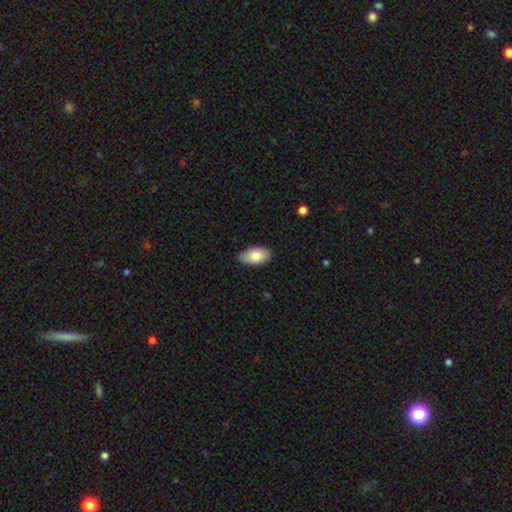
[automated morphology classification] Overall: smooth (81%). How rounded: in between (95%). Merging: none (80%).